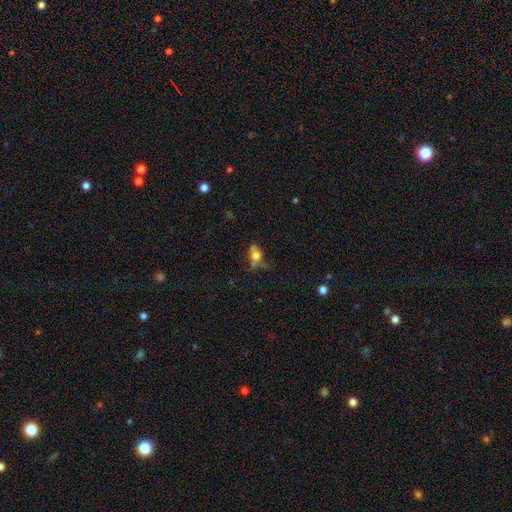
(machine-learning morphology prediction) Smooth or featured: smooth — 62% (featured or disk — 24%)
How rounded: in between — 68% (round — 26%)
Merging: none — 32% (major disturbance — 25%)